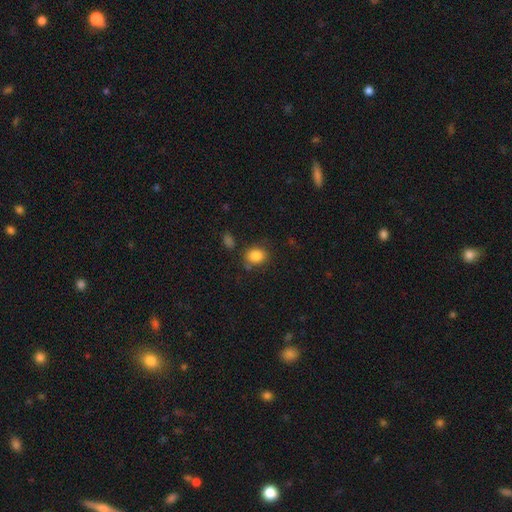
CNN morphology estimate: A smooth galaxy with no disk features (85%) that is round (50%).

Vote fractions:
- Smooth or featured? smooth: 85% / star or artifact: 9% / featured or disk: 5%
- How rounded? round: 50% / in between: 49% / cigar-shaped: 1%
- Merging? none: 73% / minor disturbance: 16% / merger: 6% / major disturbance: 5%